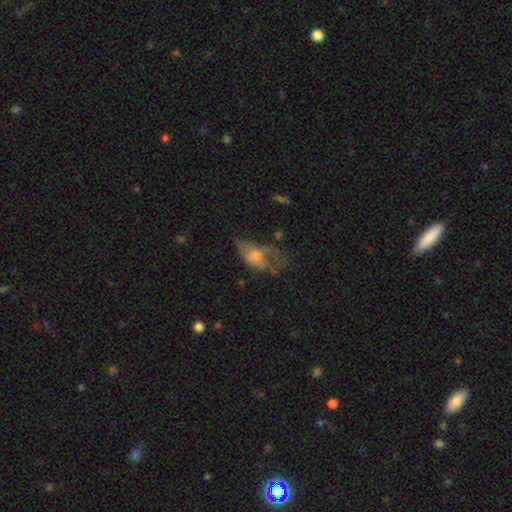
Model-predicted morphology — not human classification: smooth-or-featured: smooth: 50% | featured or disk: 41% | star or artifact: 9%
  merging: major disturbance: 45% | minor disturbance: 25% | none: 24% | merger: 5%